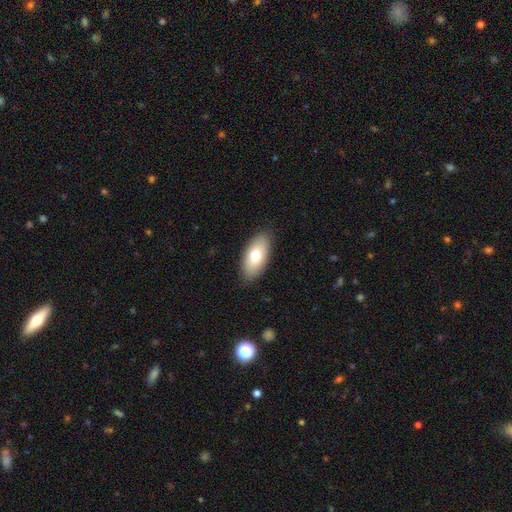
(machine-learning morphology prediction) smooth 72%, featured or disk 21%, star or artifact 7%. Down the decision tree: how rounded — in between (91%); merging — none (87%).